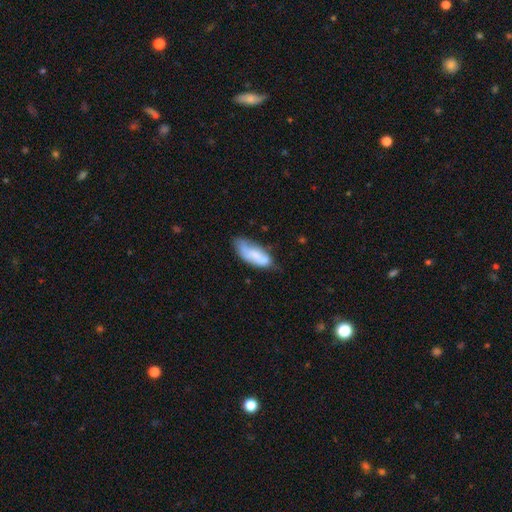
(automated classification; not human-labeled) smooth-or-featured: smooth: 65% | featured or disk: 28% | star or artifact: 7%
  how-rounded: in between: 82% | cigar-shaped: 16% | round: 2%
  merging: none: 46% | minor disturbance: 35% | major disturbance: 12% | merger: 6%